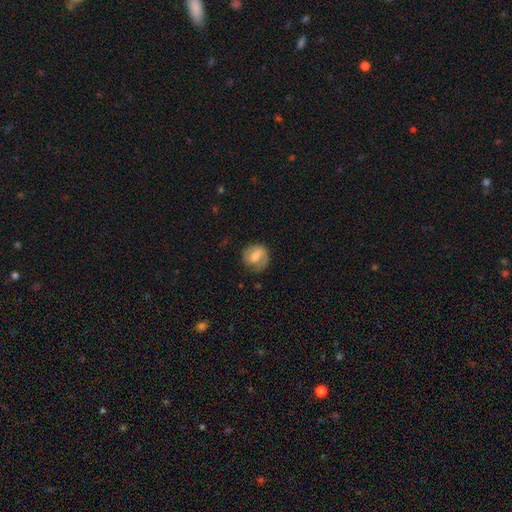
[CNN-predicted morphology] This is possibly a featured or disk galaxy (55%). It is clearly not viewed edge-on (97%). Bar: possibly weak (48%). Spiral arm pattern: clearly yes (83%). Central bulge: possibly moderate (48%). Merging: likely none (69%).